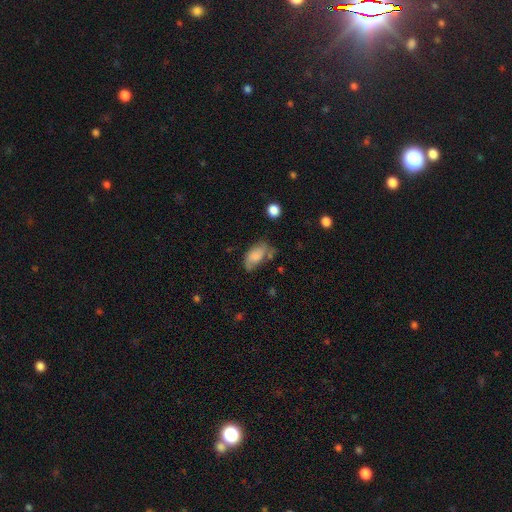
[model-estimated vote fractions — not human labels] Smooth or featured?
  - smooth: 74% *
  - featured or disk: 17%
  - star or artifact: 9%
How rounded?
  - in between: 92% *
  - round: 4%
  - cigar-shaped: 3%
Merging?
  - none: 46% *
  - minor disturbance: 33%
  - major disturbance: 14%
  - merger: 7%